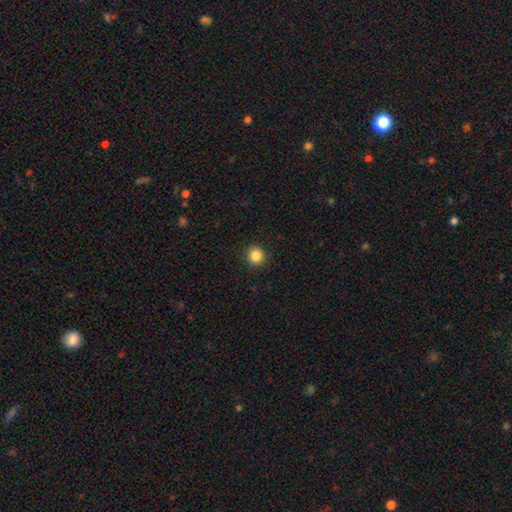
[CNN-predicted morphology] Overall: smooth (86%). How rounded: round (93%). Merging: none (91%).